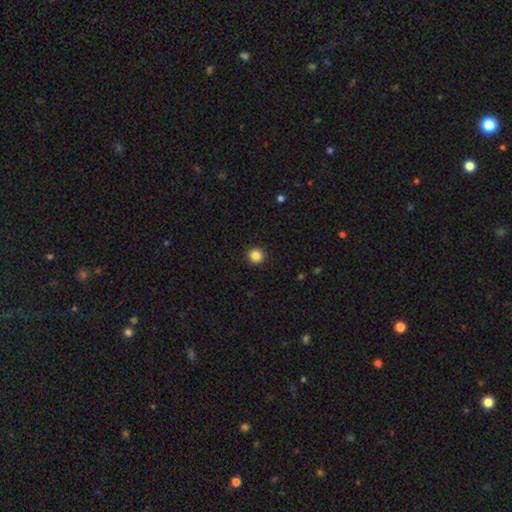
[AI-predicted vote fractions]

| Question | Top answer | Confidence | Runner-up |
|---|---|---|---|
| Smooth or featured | smooth | 86% | star or artifact (11%) |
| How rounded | round | 95% | in between (4%) |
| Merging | none | 93% | minor disturbance (5%) |